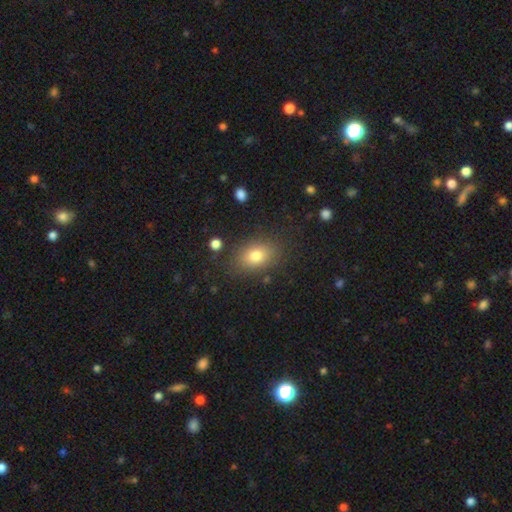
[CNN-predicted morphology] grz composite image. It shows a smooth galaxy with no disk features (78%) that is in between round and cigar-shaped (78%). Merging: none (82%).